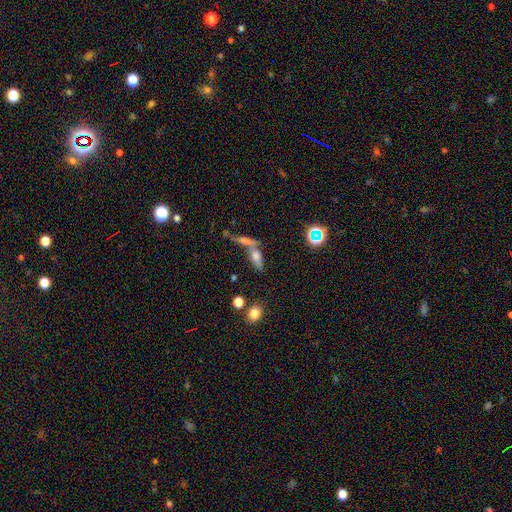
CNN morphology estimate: type=smooth (56%); roundness=in between (53%); merging=merger (50%).